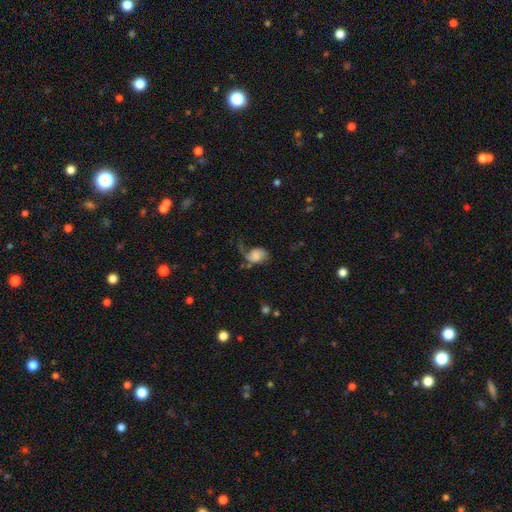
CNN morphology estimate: Smooth or featured: smooth — 50% (featured or disk — 40%)
Merging: major disturbance — 43% (none — 29%)